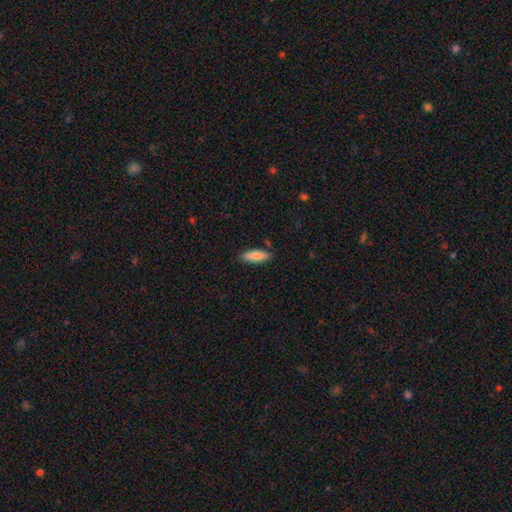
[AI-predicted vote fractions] smooth 85%, featured or disk 9%, star or artifact 6%. Down the decision tree: how rounded — cigar-shaped (52%); merging — none (83%).